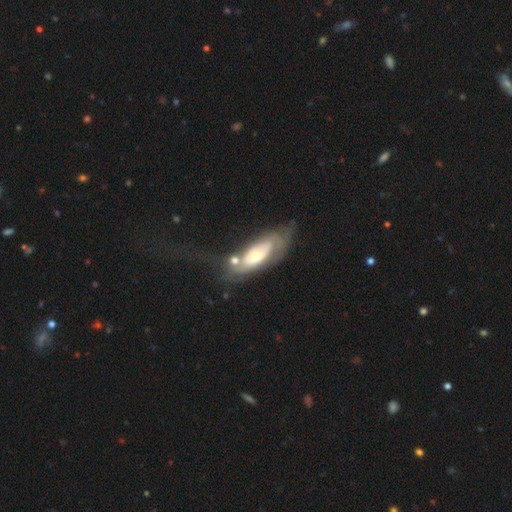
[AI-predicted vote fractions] Smooth or featured: featured or disk — 62% (smooth — 31%)
Edge-on disk: no — 84% (yes — 16%)
Bar: no — 78% (weak — 17%)
Spiral arms: no — 52% (yes — 48%)
Bulge size: moderate — 62% (small — 28%)
Merging: none — 35% (major disturbance — 25%)